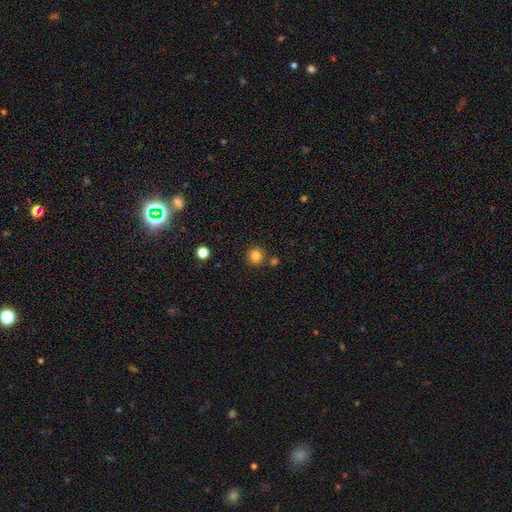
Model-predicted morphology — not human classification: smooth 81%, star or artifact 12%, featured or disk 6%. Down the decision tree: how rounded — round (93%); merging — none (83%).